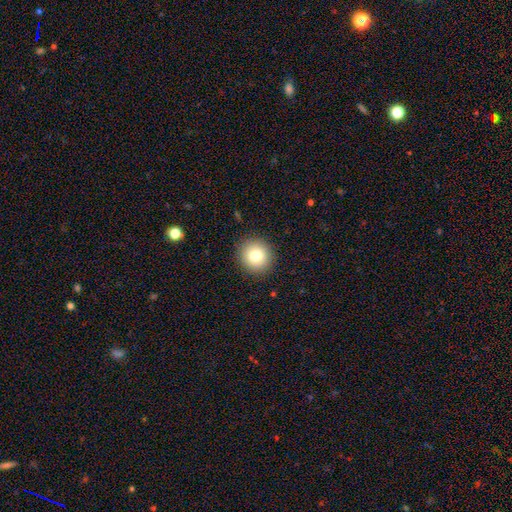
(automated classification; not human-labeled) Smooth or featured? smooth (79%)
How rounded? round (93%)
Merging? none (91%)